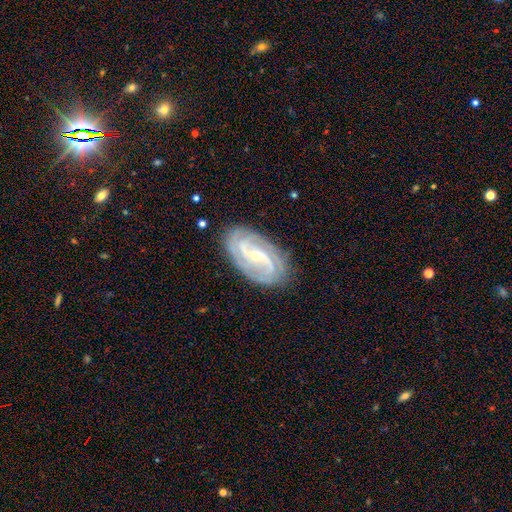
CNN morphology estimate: Smooth or featured? featured or disk (89%)
Edge-on disk? no (96%)
Bar? weak (43%)
Spiral arms? yes (98%)
Spiral winding? tight (48%)
Spiral arm count? 2 (47%)
Bulge size? small (71%)
Merging? none (82%)